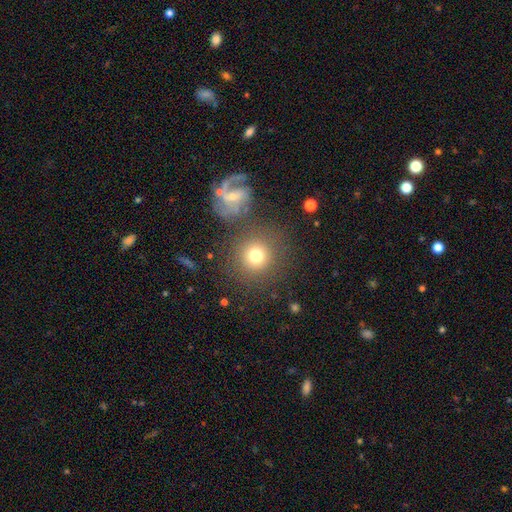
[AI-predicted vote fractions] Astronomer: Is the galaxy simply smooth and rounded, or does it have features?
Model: smooth — 76%.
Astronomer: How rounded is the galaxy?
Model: round — 91%.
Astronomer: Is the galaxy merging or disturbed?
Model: none — 77%.